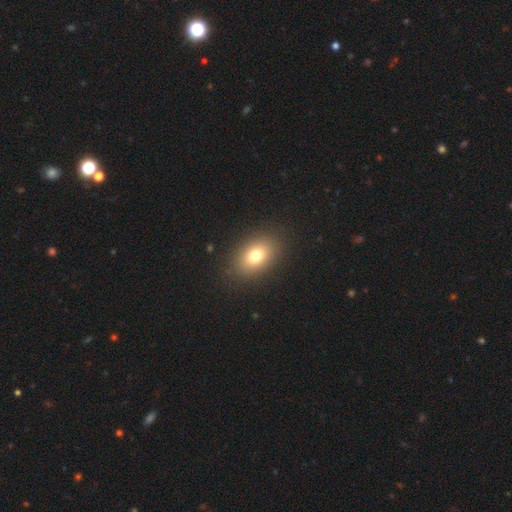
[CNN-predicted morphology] smooth 76%, featured or disk 12%, star or artifact 12%. Down the decision tree: how rounded — in between (78%); merging — none (88%).